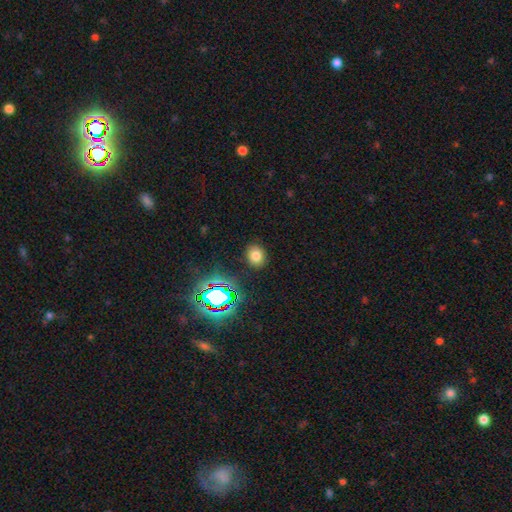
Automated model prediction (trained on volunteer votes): smooth_or_featured: smooth (p=0.73) [alt: star or artifact p=0.20]
how_rounded: round (p=0.57) [alt: in between p=0.42]
merging: none (p=0.88) [alt: minor disturbance p=0.08]